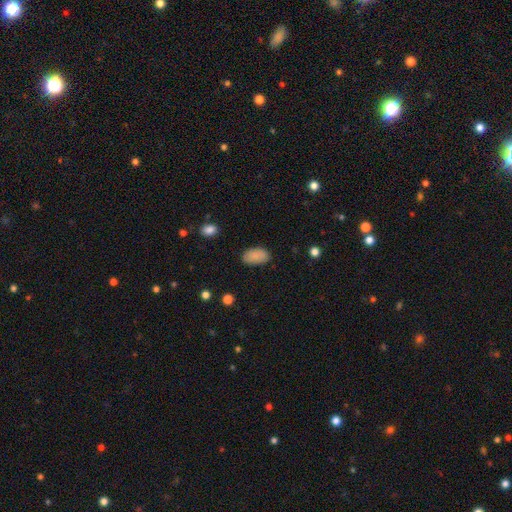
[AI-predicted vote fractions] This is clearly a smooth galaxy (88%). How rounded: clearly in between (94%). Merging: clearly none (84%).